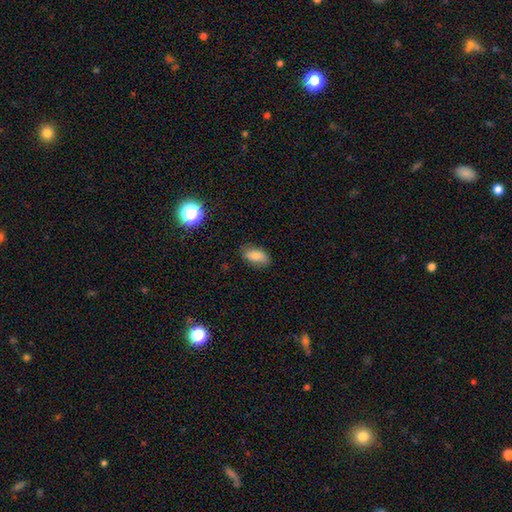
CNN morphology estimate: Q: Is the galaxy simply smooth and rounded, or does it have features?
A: smooth — 80%.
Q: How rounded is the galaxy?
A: in between — 90%.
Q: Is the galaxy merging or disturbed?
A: none — 78%.